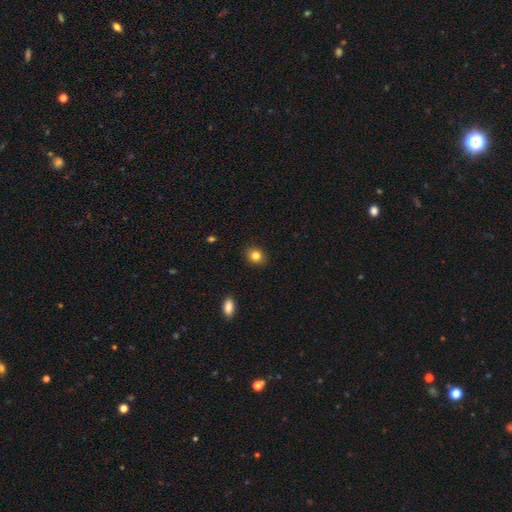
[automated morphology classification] Smooth or featured? Predicted: smooth (p=0.83). How rounded? Predicted: round (p=0.63). Merging? Predicted: none (p=0.89).